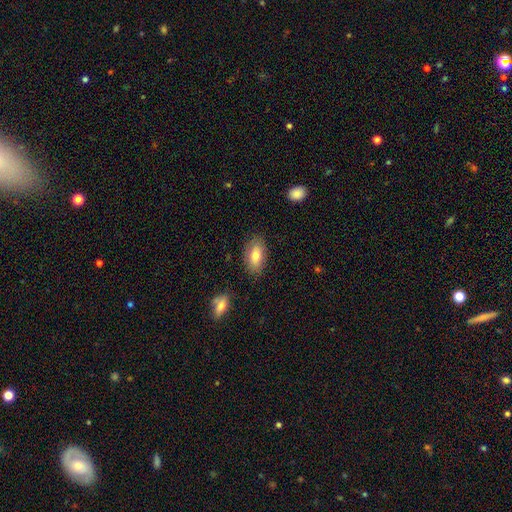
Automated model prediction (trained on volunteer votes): A smooth galaxy with no disk features (76%) that is in between round and cigar-shaped (90%). Merging: none (82%).